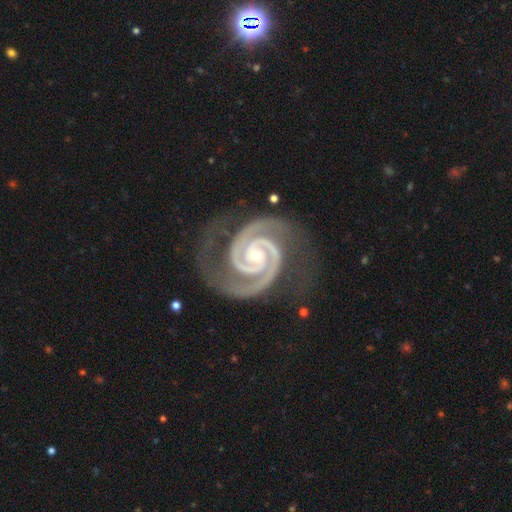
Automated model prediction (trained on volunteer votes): Morphology: type=featured or disk (95%); edge-on=no (98%); bar=no (60%); spiral arms=yes (99%); winding=tight (76%); arm count=2 (90%); bulge=small (70%); merging=none (70%).